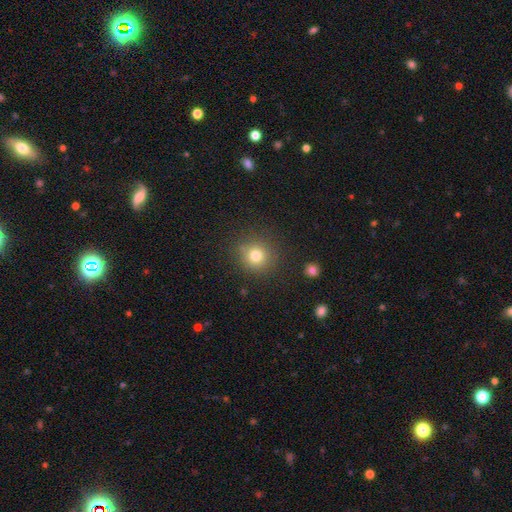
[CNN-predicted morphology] Overall: smooth (78%). How rounded: round (91%). Merging: none (85%).